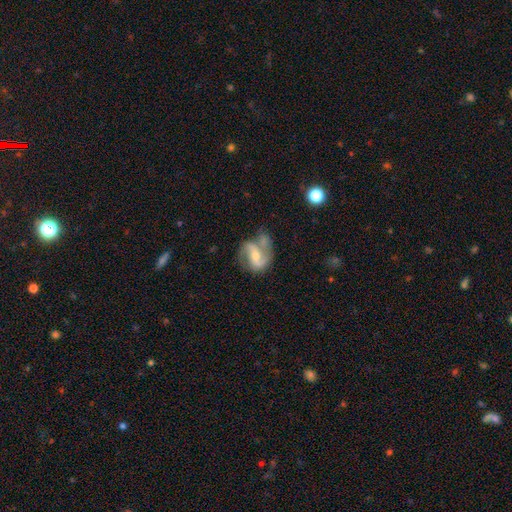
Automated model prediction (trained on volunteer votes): Smooth or featured?
  - featured or disk: 82% *
  - smooth: 12%
  - star or artifact: 6%
Edge-on disk?
  - no: 97% *
  - yes: 3%
Bar?
  - weak: 41% *
  - no: 31%
  - strong: 28%
Spiral arms?
  - yes: 93% *
  - no: 7%
Spiral winding?
  - medium: 47% *
  - loose: 39%
  - tight: 14%
Spiral arm count?
  - 2: 88% *
  - can't tell: 4%
  - 1: 4%
  - 3: 2%
  - 4: 1%
  - more than 4: 1%
Bulge size?
  - small: 47% * (tied)
  - moderate: 47% * (tied)
  - none: 3%
  - large: 3%
  - dominant: 1%
Merging?
  - none: 51% *
  - minor disturbance: 23%
  - major disturbance: 14%
  - merger: 12%